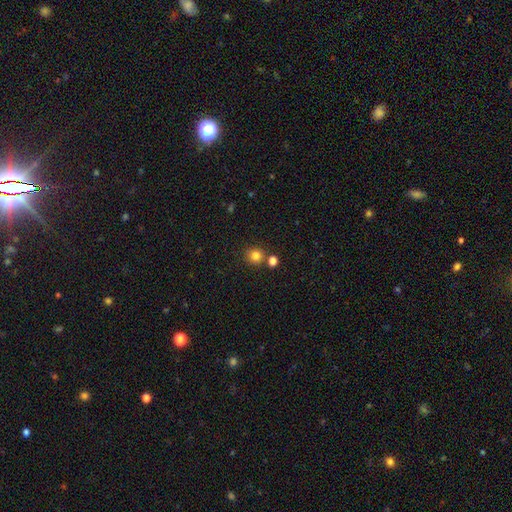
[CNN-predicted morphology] smooth_or_featured: smooth (p=0.81) [alt: star or artifact p=0.14]
how_rounded: round (p=0.89) [alt: in between p=0.10]
merging: none (p=0.77) [alt: merger p=0.12]